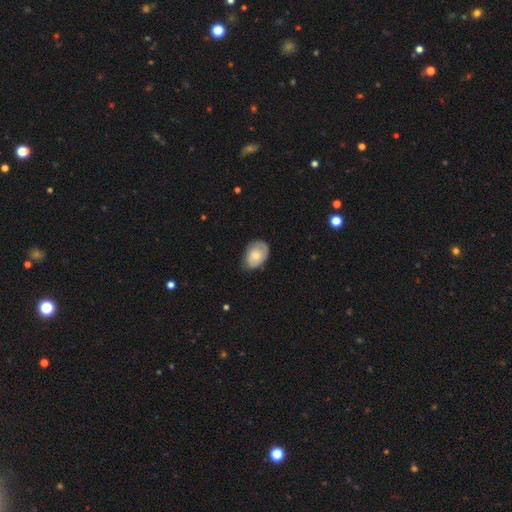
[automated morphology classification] Overall: smooth (61%; featured or disk 32%). How rounded: in between (81%). Merging: none (64%; minor disturbance 29%).